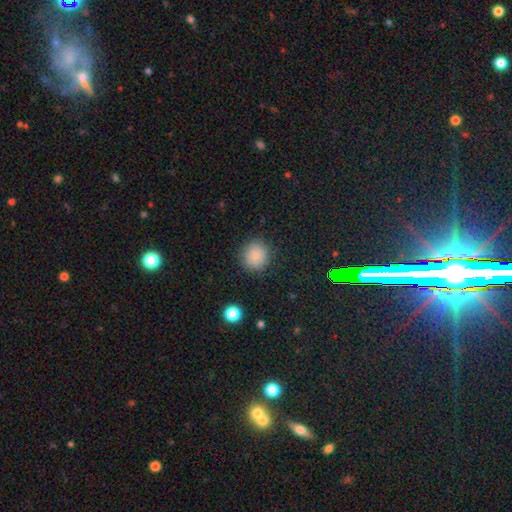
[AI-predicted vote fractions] Morphology: type=smooth (83%); roundness=round (88%); merging=none (88%).